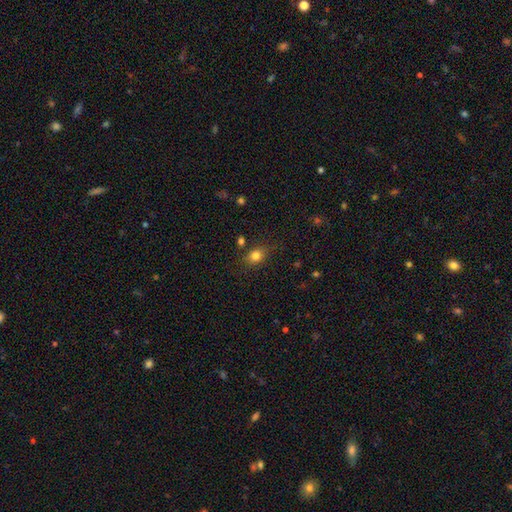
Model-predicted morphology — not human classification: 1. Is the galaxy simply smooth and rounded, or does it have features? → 81% smooth, 12% star or artifact, 7% featured or disk.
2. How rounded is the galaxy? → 53% in between, 46% round, 1% cigar-shaped.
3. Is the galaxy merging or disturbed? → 77% none, 15% minor disturbance, 4% major disturbance, 4% merger.